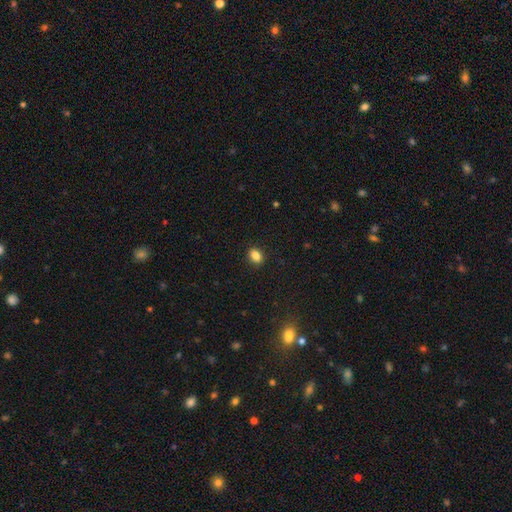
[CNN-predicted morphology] This appears to be a smooth galaxy with no disk features (86%) that is in between round and cigar-shaped (73%). Merging: none (89%).